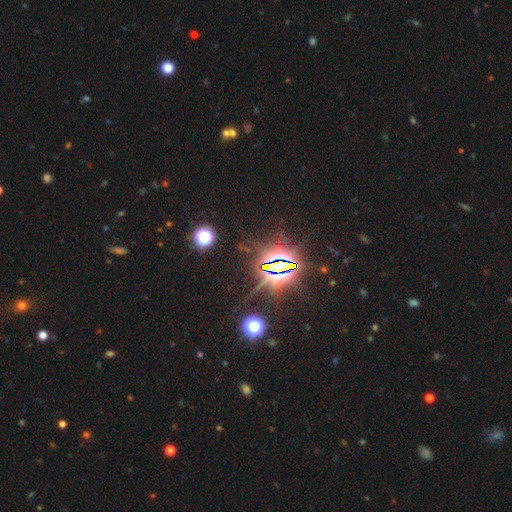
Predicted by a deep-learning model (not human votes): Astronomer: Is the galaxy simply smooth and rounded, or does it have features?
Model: star or artifact — 86%.